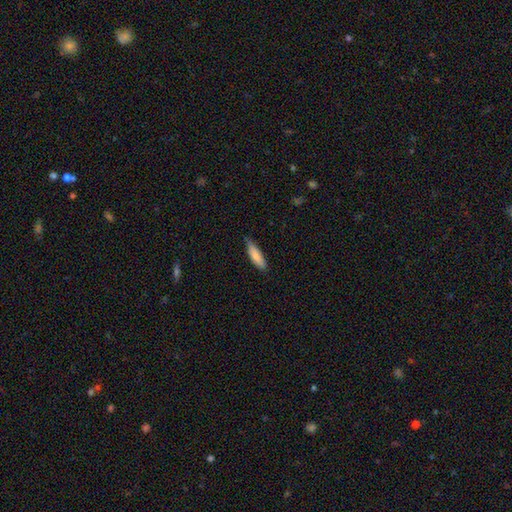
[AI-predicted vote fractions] Morphology: type=smooth (79%); roundness=cigar-shaped (59%); merging=none (78%).